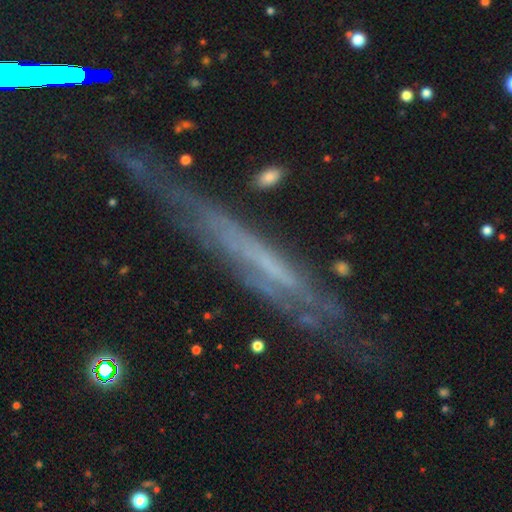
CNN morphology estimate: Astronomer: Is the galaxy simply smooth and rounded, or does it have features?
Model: featured or disk — 68%.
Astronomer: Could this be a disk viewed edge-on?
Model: yes — 76%.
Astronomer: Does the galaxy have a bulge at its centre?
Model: none — 81%.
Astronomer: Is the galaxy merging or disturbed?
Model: none — 60%.